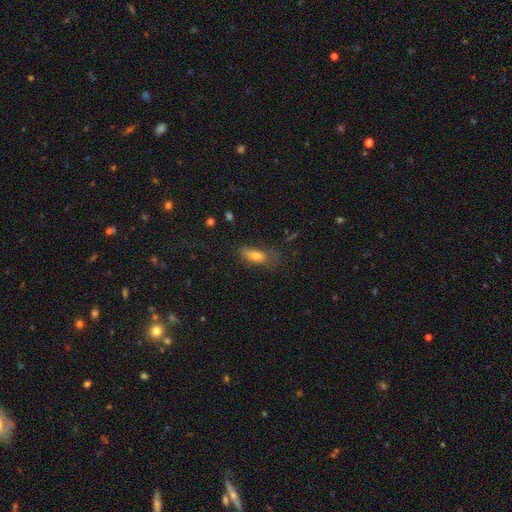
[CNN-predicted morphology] smooth-or-featured: smooth: 73% | featured or disk: 17% | star or artifact: 10%
  how-rounded: in between: 64% | cigar-shaped: 32% | round: 3%
  merging: none: 54% | minor disturbance: 28% | major disturbance: 15% | merger: 3%